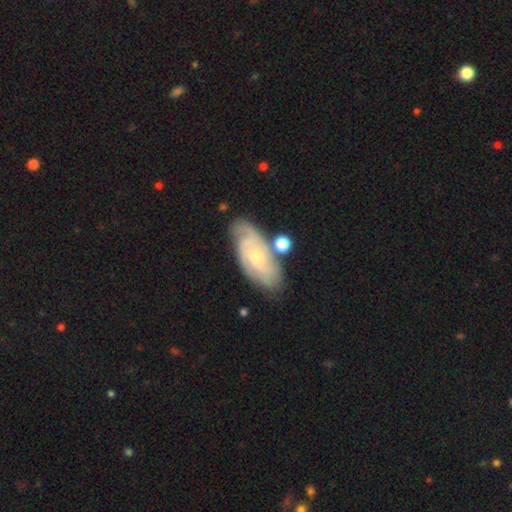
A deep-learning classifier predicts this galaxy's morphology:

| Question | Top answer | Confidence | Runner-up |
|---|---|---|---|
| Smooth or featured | featured or disk | 77% | smooth (17%) |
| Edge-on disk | no | 94% | yes (6%) |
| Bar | no | 69% | weak (26%) |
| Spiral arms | yes | 95% | no (5%) |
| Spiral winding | tight | 63% | medium (30%) |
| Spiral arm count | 2 | 27% | tied: can't tell (27%), 3 (27%) |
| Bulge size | small | 71% | moderate (24%) |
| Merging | none | 68% | minor disturbance (18%) |